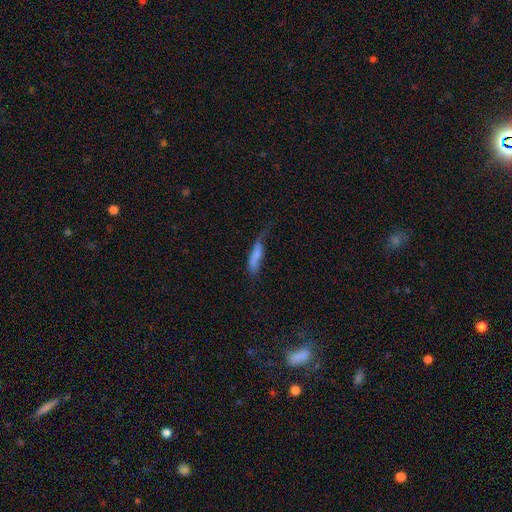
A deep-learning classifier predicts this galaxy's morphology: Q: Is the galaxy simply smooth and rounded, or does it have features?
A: smooth — 70%.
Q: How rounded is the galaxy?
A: cigar-shaped — 61%.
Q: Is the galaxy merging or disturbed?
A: major disturbance — 34%.